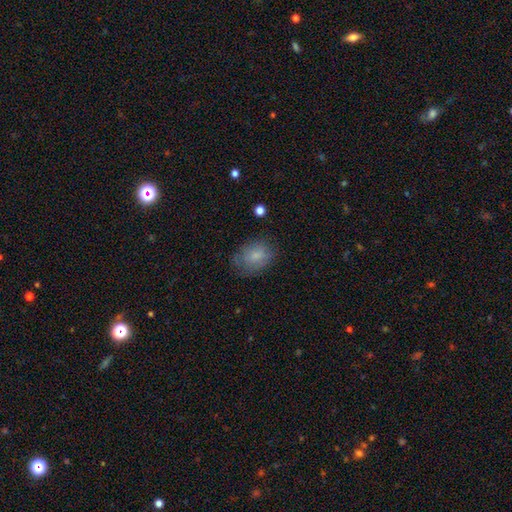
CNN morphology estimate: Q: Smooth or featured?
A: smooth (77%); runner-up: featured or disk (14%)
Q: How rounded?
A: in between (70%); runner-up: round (28%)
Q: Merging?
A: none (68%); runner-up: minor disturbance (22%)